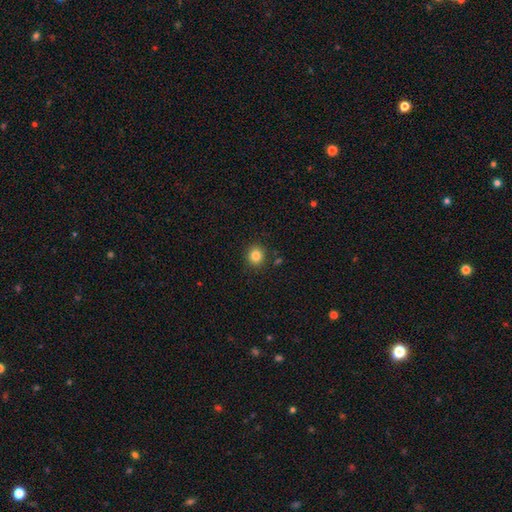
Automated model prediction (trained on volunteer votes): Smooth or featured? Predicted: smooth (p=0.84). How rounded? Predicted: round (p=0.87). Merging? Predicted: none (p=0.89).